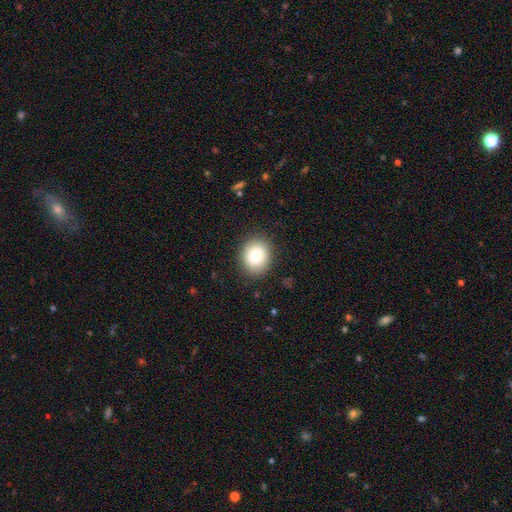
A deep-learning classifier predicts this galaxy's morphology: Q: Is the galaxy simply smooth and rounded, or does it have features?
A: smooth — 82%.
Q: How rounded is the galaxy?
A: round — 61%.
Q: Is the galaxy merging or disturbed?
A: none — 86%.